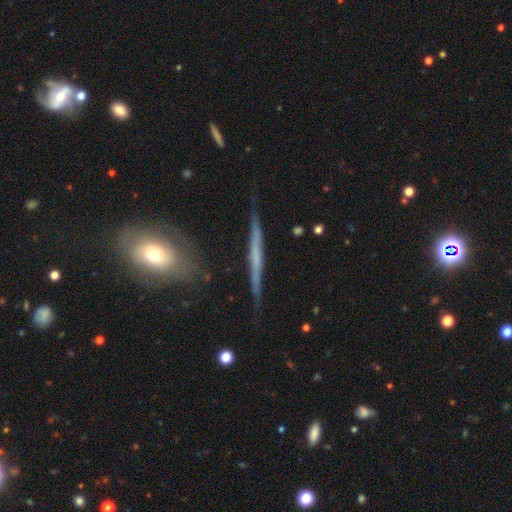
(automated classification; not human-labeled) A featured or disk galaxy (62%) viewed edge-on (94%) with no central bulge (75%). Merging: none (84%).